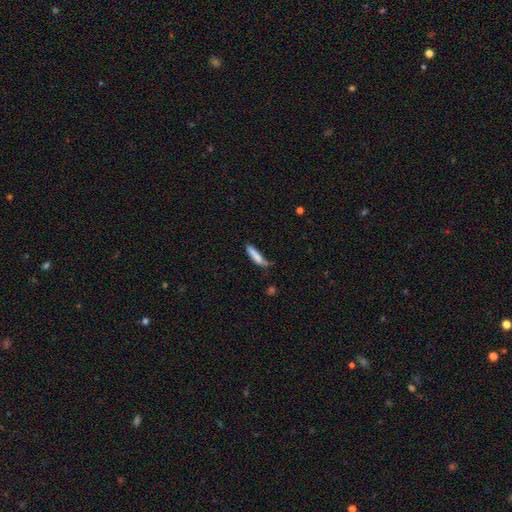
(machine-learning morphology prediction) Q: Smooth or featured?
A: smooth (79%); runner-up: featured or disk (14%)
Q: How rounded?
A: cigar-shaped (83%); runner-up: in between (15%)
Q: Merging?
A: none (60%); runner-up: minor disturbance (25%)